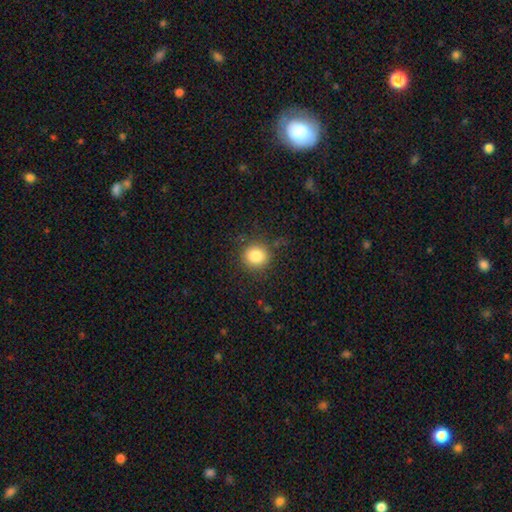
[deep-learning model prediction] Morphology: type=smooth (85%); roundness=round (87%); merging=none (85%).